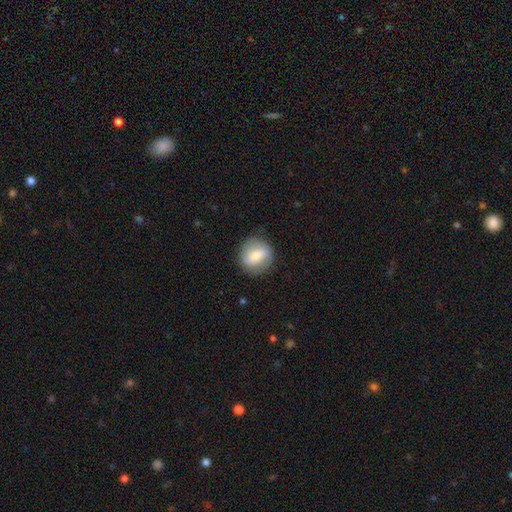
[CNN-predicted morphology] A smooth galaxy with no disk features (61%) that is round (83%).

Vote fractions:
- Smooth or featured? smooth: 61% / featured or disk: 33% / star or artifact: 7%
- How rounded? round: 83% / in between: 16% / cigar-shaped: 1%
- Merging? none: 84% / minor disturbance: 11% / major disturbance: 4% / merger: 1%